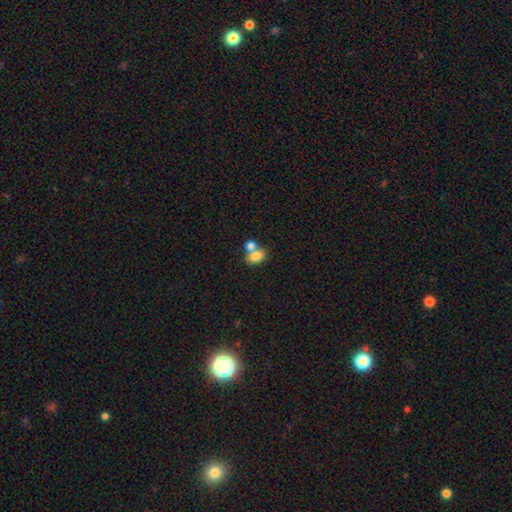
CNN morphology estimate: Smooth or featured? smooth (79%)
How rounded? in between (72%)
Merging? merger (49%)